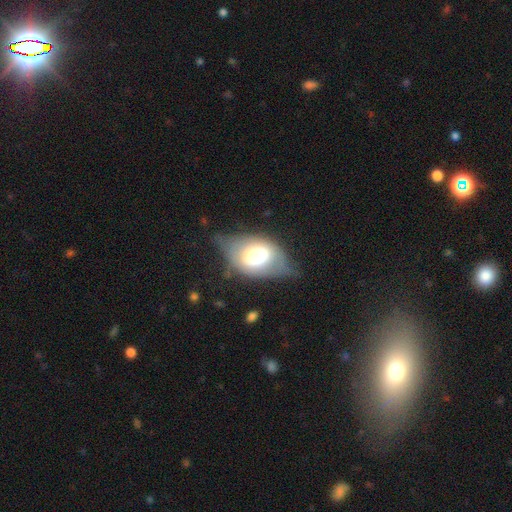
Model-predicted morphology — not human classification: A smooth galaxy with no disk features (55%) that is in between round and cigar-shaped (78%).

Vote fractions:
- Smooth or featured? smooth: 55% / featured or disk: 37% / star or artifact: 8%
- How rounded? in between: 78% / round: 20% / cigar-shaped: 2%
- Merging? none: 41% / minor disturbance: 34% / major disturbance: 21% / merger: 3%